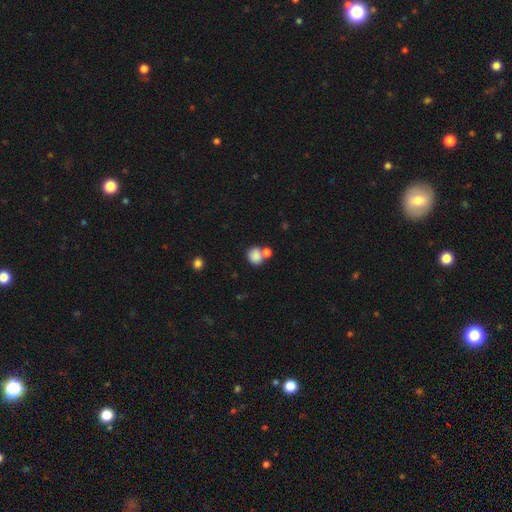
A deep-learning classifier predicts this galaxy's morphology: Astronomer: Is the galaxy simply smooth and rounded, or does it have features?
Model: smooth — 82%.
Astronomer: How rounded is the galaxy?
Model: round — 66%.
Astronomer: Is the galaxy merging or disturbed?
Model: merger — 42% (runner-up: none, 41%).